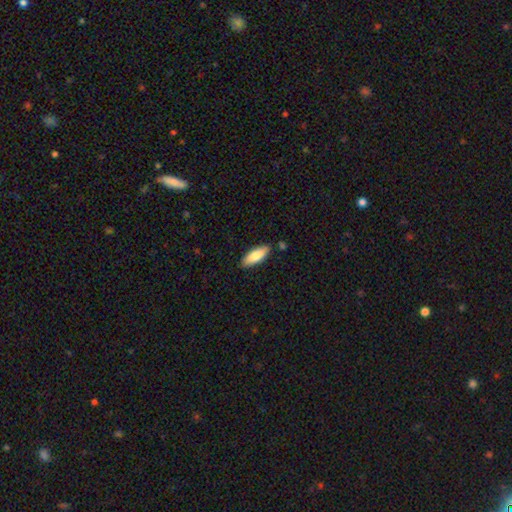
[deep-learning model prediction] Smooth or featured? smooth (80%)
How rounded? in between (72%)
Merging? none (83%)